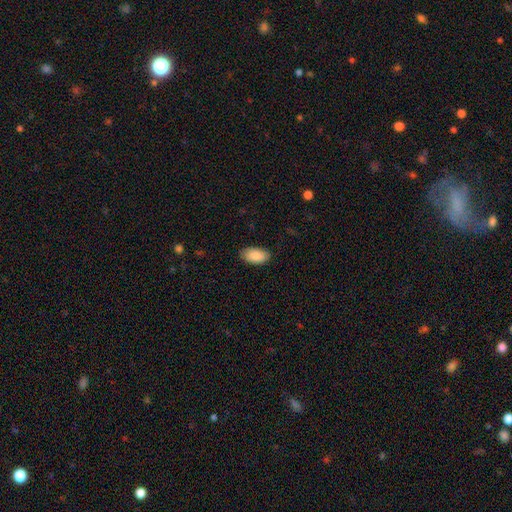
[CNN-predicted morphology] A smooth galaxy with no disk features (89%) that is in between round and cigar-shaped (95%).

Vote fractions:
- Smooth or featured? smooth: 89% / star or artifact: 6% / featured or disk: 6%
- How rounded? in between: 95% / round: 2% / cigar-shaped: 2%
- Merging? none: 86% / minor disturbance: 11% / major disturbance: 2% / merger: 1%